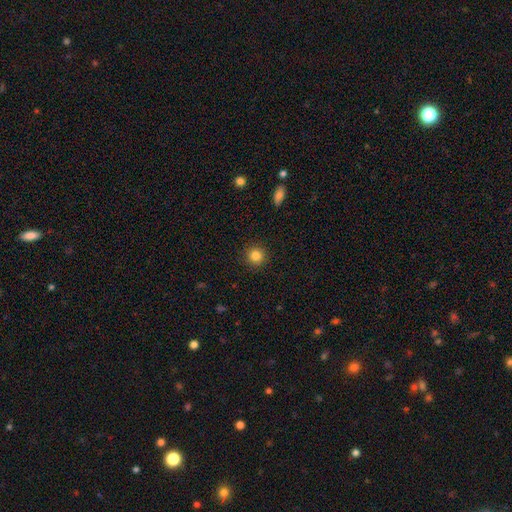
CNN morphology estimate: A smooth galaxy with no disk features (84%) that is round (94%).

Vote fractions:
- Smooth or featured? smooth: 84% / star or artifact: 11% / featured or disk: 5%
- How rounded? round: 94% / in between: 5% / cigar-shaped: 1%
- Merging? none: 92% / minor disturbance: 6% / major disturbance: 2% / merger: 1%